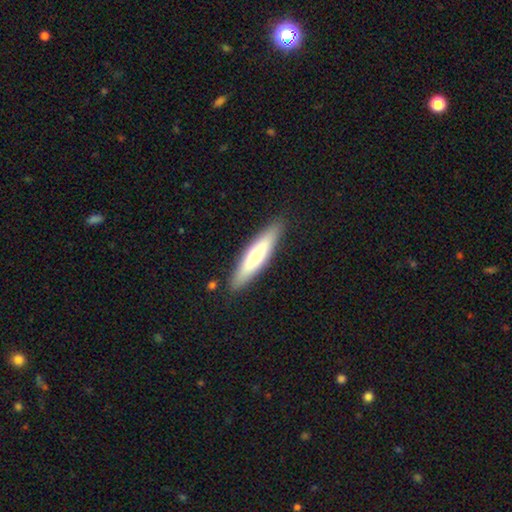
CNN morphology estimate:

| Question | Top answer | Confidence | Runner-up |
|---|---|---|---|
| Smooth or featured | smooth | 62% | featured or disk (32%) |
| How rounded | cigar-shaped | 81% | in between (17%) |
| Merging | none | 89% | minor disturbance (8%) |